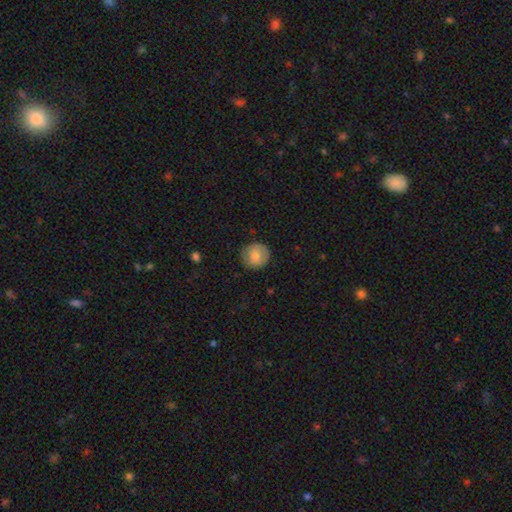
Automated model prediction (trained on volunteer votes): Smooth or featured? Predicted: smooth (p=0.76). How rounded? Predicted: round (p=0.88). Merging? Predicted: none (p=0.78).